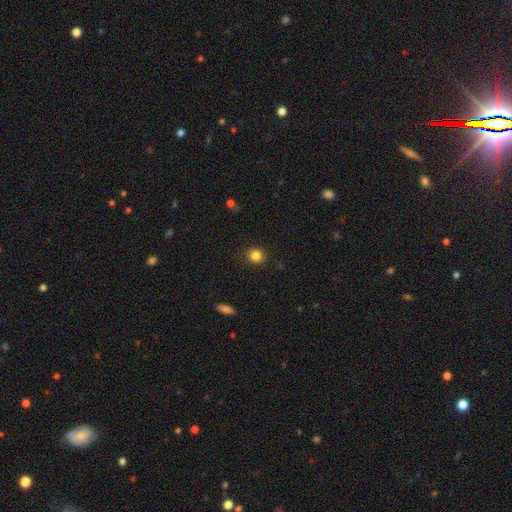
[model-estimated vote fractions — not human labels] This is clearly a smooth galaxy (83%). How rounded: clearly round (90%). Merging: clearly none (90%).